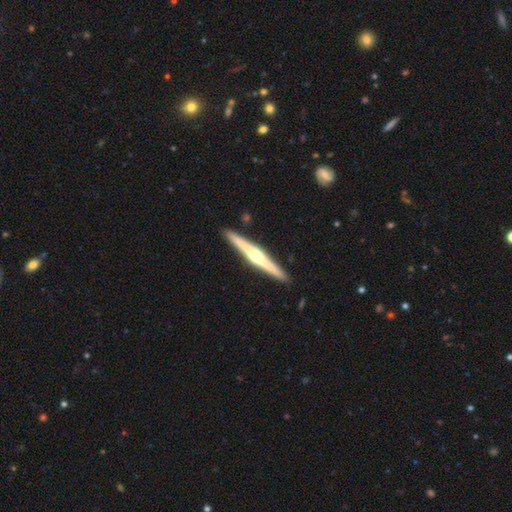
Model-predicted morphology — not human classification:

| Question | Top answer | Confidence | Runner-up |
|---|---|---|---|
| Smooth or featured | featured or disk | 78% | smooth (17%) |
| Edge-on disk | yes | 98% | no (2%) |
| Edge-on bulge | rounded | 90% | boxy (5%) |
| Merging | none | 92% | minor disturbance (5%) |